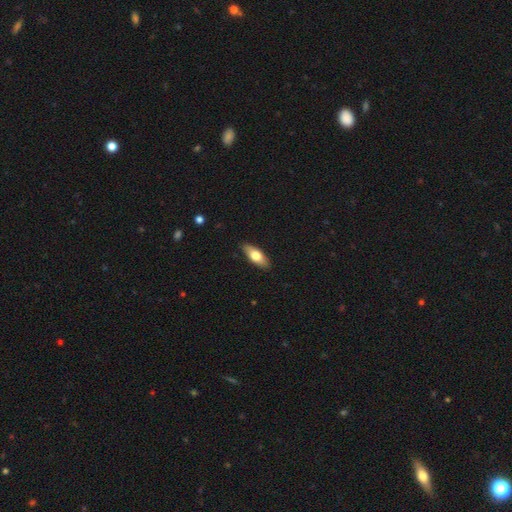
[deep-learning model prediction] Q: Smooth or featured?
A: smooth (67%); runner-up: featured or disk (27%)
Q: How rounded?
A: in between (74%); runner-up: cigar-shaped (23%)
Q: Merging?
A: none (88%); runner-up: minor disturbance (9%)